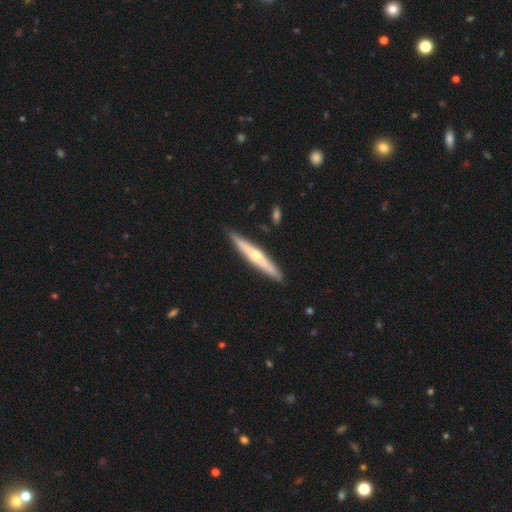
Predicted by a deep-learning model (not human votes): Morphology: type=featured or disk (61%); edge-on=yes (95%); edge-on bulge=rounded (83%); merging=none (89%).